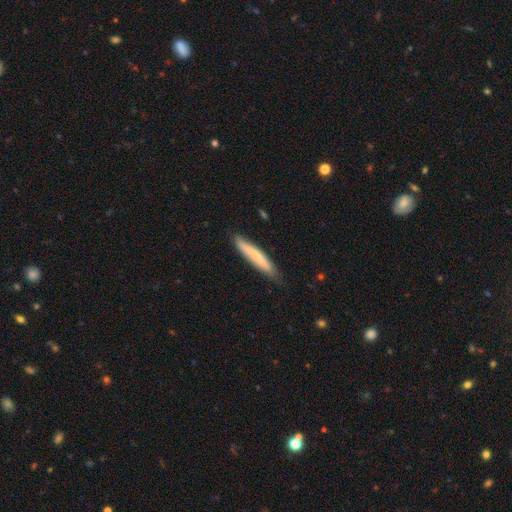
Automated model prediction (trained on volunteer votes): smooth_or_featured: smooth (p=0.69) [alt: featured or disk p=0.25]
how_rounded: cigar-shaped (p=0.92) [alt: in between p=0.06]
merging: none (p=0.79) [alt: minor disturbance p=0.17]